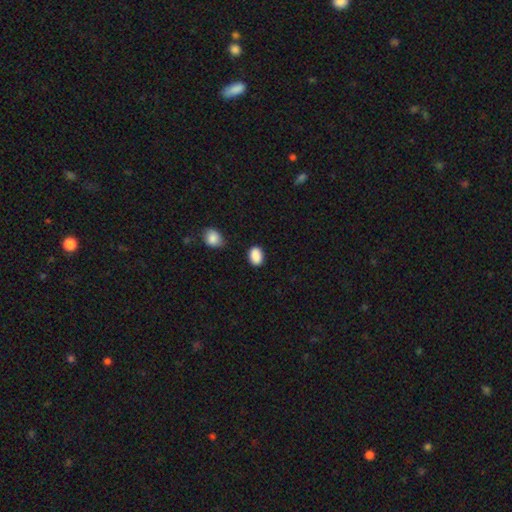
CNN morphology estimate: A smooth galaxy with no disk features (89%) that is in between round and cigar-shaped (78%).

Vote fractions:
- Smooth or featured? smooth: 89% / star or artifact: 8% / featured or disk: 3%
- How rounded? in between: 78% / round: 21% / cigar-shaped: 1%
- Merging? none: 82% / minor disturbance: 12% / merger: 3% / major disturbance: 3%